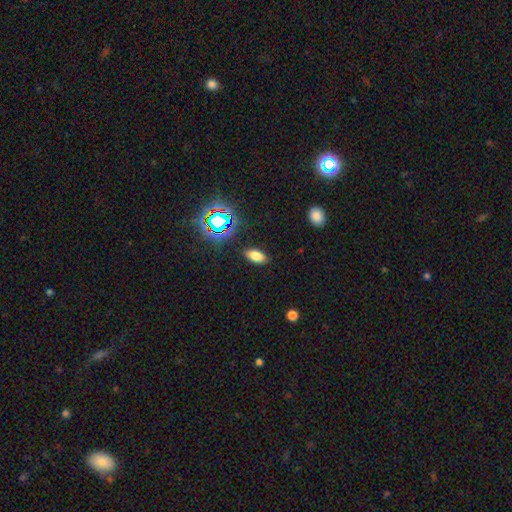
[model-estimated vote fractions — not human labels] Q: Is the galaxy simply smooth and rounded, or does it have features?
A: smooth — 73%.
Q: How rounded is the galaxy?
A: in between — 88%.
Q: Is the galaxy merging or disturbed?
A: none — 87%.